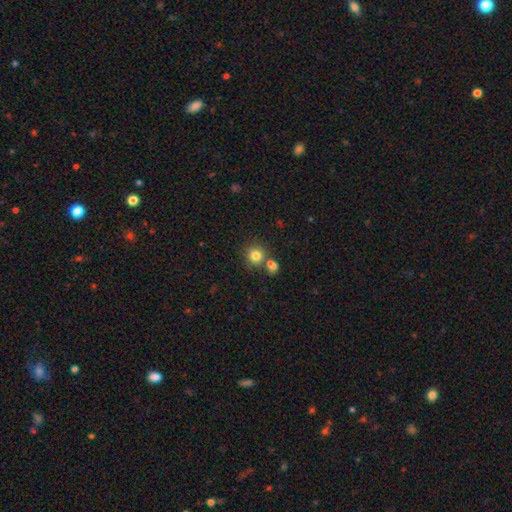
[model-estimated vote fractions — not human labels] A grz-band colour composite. It shows a smooth galaxy with no disk features (80%) that is round (90%). Merging: none (66%).